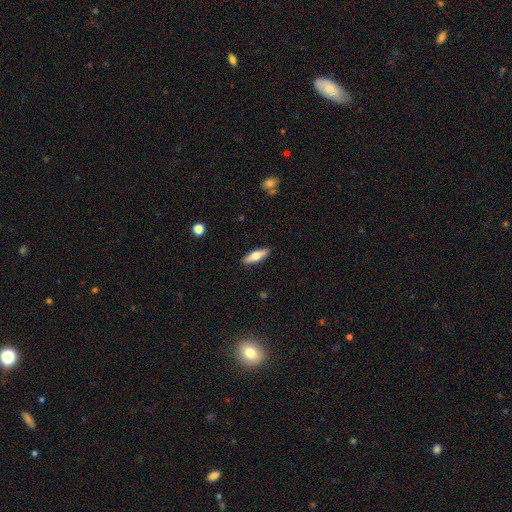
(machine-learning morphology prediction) type=smooth (60%); roundness=cigar-shaped (50%); merging=none (90%).